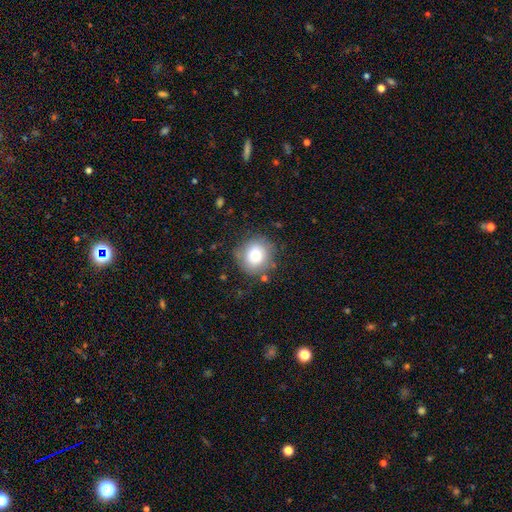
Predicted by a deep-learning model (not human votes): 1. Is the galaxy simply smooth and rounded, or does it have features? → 74% smooth, 15% featured or disk, 11% star or artifact.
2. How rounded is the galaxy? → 87% round, 12% in between, 1% cigar-shaped.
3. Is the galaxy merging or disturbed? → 78% none, 14% minor disturbance, 5% major disturbance, 2% merger.